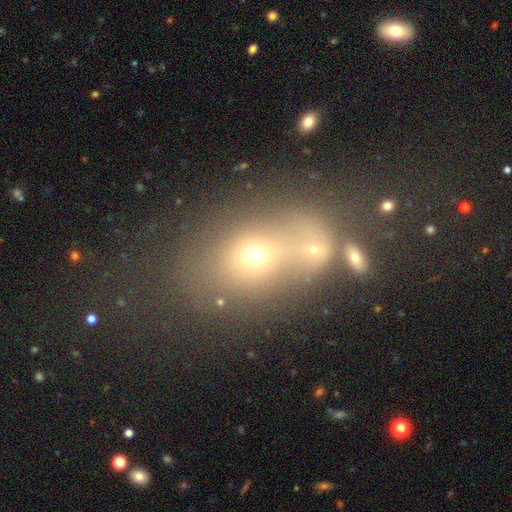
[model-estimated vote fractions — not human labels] smooth_or_featured: smooth (p=0.56) [alt: star or artifact p=0.23]
how_rounded: in between (p=0.52) [alt: round p=0.46]
merging: merger (p=0.47) [alt: none p=0.30]